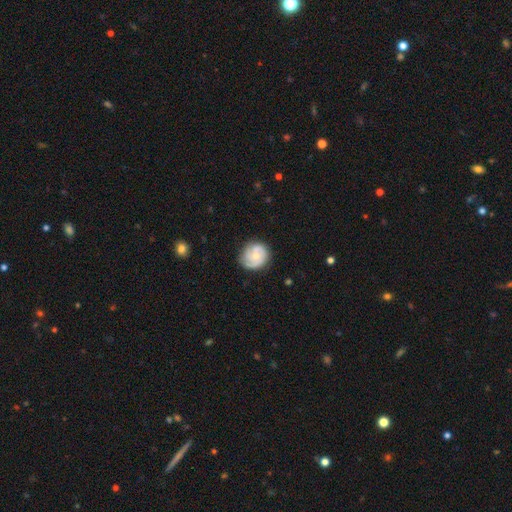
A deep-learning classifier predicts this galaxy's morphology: Smooth or featured?
  - featured or disk: 71% *
  - smooth: 23%
  - star or artifact: 6%
Edge-on disk?
  - no: 98% *
  - yes: 2%
Bar?
  - no: 72% *
  - weak: 24%
  - strong: 4%
Spiral arms?
  - yes: 92% *
  - no: 8%
Spiral winding?
  - tight: 55% *
  - medium: 35%
  - loose: 10%
Spiral arm count?
  - 2: 39% *
  - 3: 30%
  - can't tell: 19%
  - 1: 6%
  - 4: 4%
  - more than 4: 3%
Bulge size?
  - moderate: 48% *
  - small: 47%
  - none: 2%
  - large: 2%
  - dominant: 1%
Merging?
  - none: 73% *
  - minor disturbance: 20%
  - major disturbance: 6%
  - merger: 1%